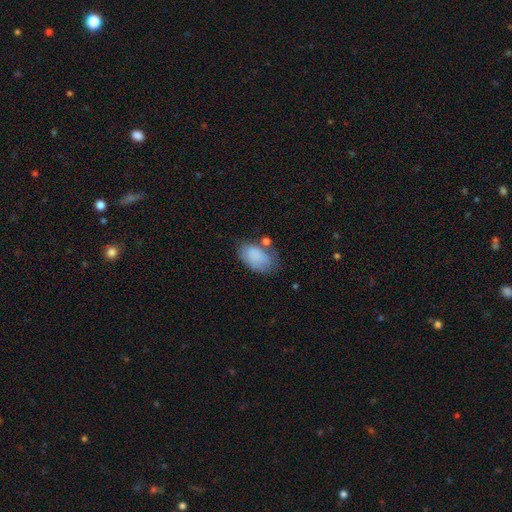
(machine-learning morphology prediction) Smooth or featured?
  - smooth: 80% *
  - featured or disk: 12%
  - star or artifact: 8%
How rounded?
  - in between: 91% *
  - round: 7%
  - cigar-shaped: 1%
Merging?
  - none: 51% *
  - minor disturbance: 28%
  - major disturbance: 12%
  - merger: 9%